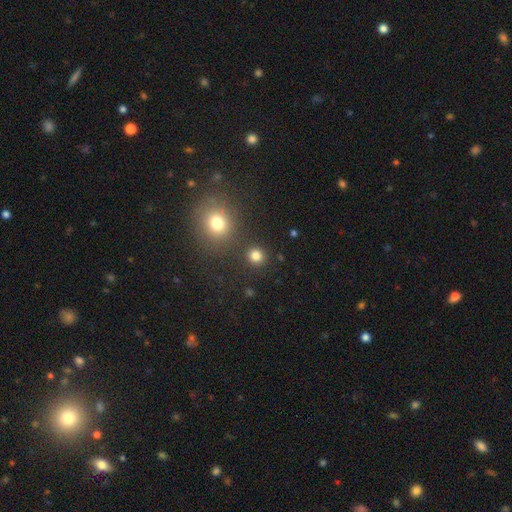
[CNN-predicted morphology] The model was most divided on "smooth or featured": smooth: 81%, star or artifact: 14%, featured or disk: 5%. More confident: how rounded — round (90%); merging — none (87%).